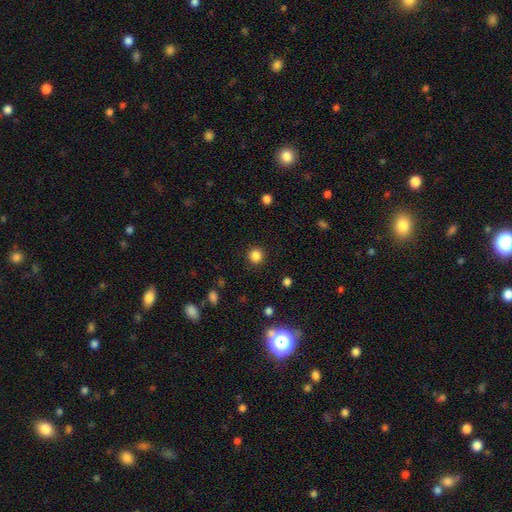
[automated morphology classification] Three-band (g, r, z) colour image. It shows a smooth galaxy with no disk features (84%) that is round (93%). Merging: none (91%).